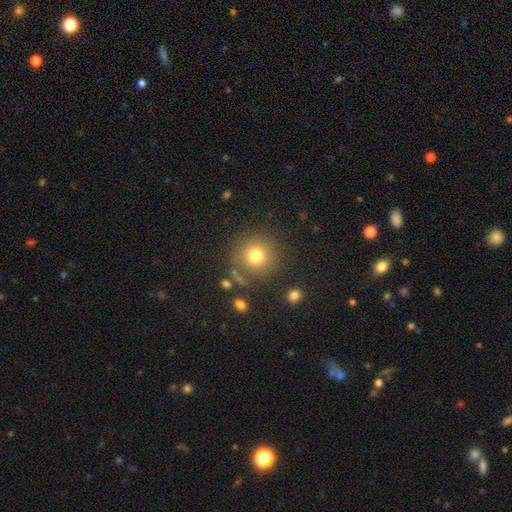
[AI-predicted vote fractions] Q: Smooth or featured?
A: smooth (77%); runner-up: star or artifact (13%)
Q: How rounded?
A: round (93%); runner-up: in between (6%)
Q: Merging?
A: none (81%); runner-up: minor disturbance (10%)